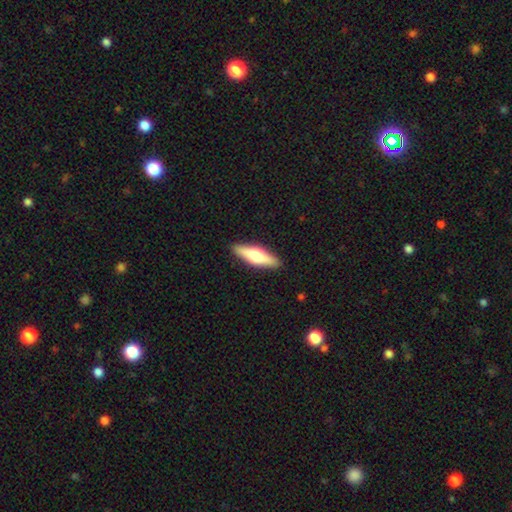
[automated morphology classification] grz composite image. It shows a featured or disk galaxy (50%). Merging: none (90%).